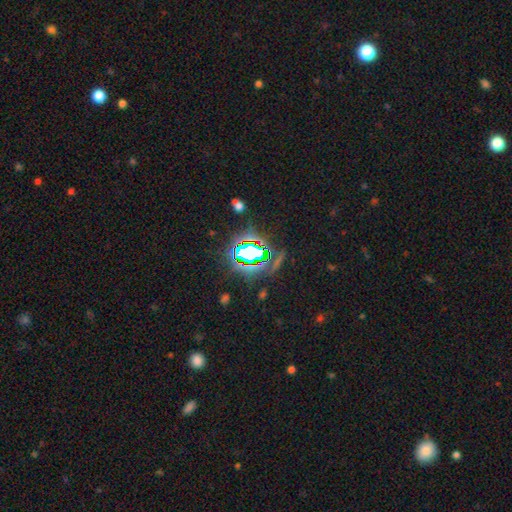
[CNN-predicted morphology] Smooth or featured?
  - star or artifact: 79% *
  - smooth: 12%
  - featured or disk: 9%